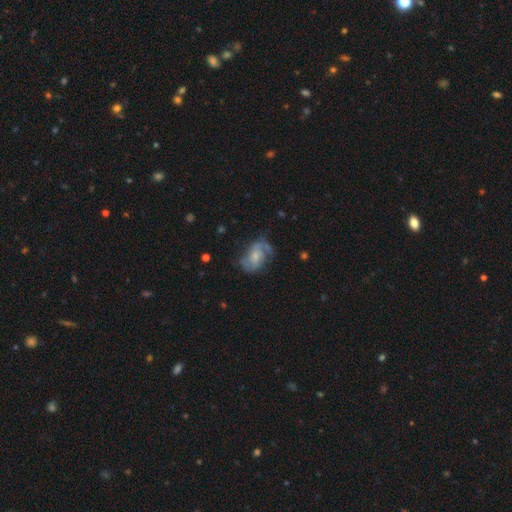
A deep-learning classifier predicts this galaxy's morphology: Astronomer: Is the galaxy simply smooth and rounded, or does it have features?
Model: featured or disk — 68%.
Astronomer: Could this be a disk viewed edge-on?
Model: no — 97%.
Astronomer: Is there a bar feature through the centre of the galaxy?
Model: no — 57% (runner-up: weak, 36%).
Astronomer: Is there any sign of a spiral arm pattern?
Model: yes — 84%.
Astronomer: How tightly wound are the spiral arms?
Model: medium — 45% (runner-up: loose, 29%).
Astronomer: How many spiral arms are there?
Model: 2 — 63%.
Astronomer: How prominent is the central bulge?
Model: small — 49% (runner-up: moderate, 32%).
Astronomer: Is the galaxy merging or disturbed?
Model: none — 53%.